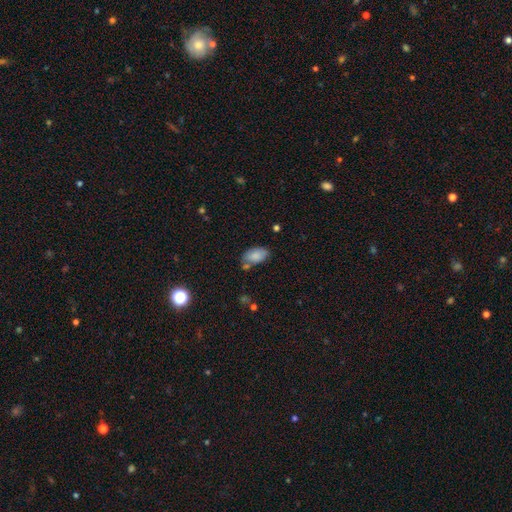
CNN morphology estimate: Smooth or featured? smooth (83%)
How rounded? in between (93%)
Merging? none (63%)